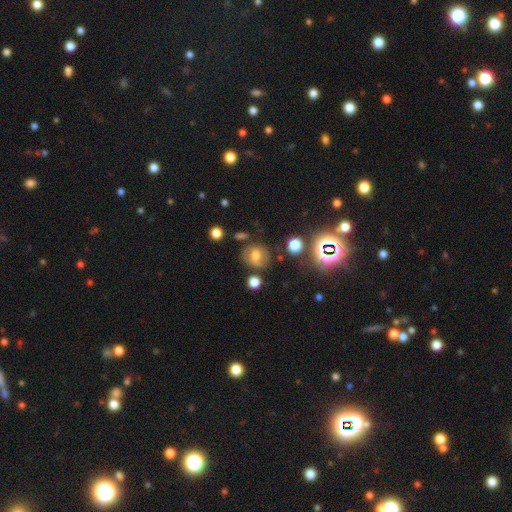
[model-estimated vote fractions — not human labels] The model was most divided on "smooth or featured": smooth: 53%, featured or disk: 31%, star or artifact: 15%. More confident: how rounded — round (71%); merging — none (69%).